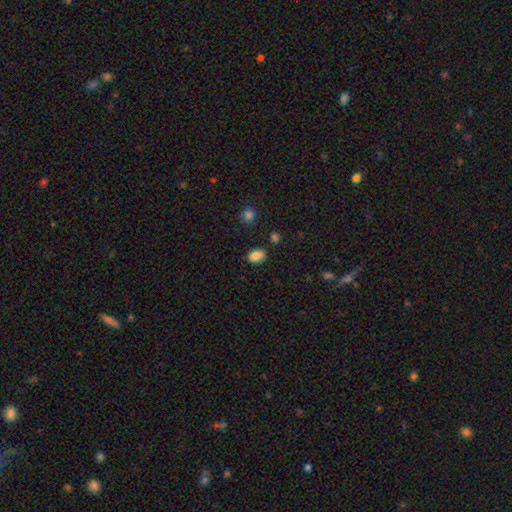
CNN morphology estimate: A smooth galaxy with no disk features (85%) that is in between round and cigar-shaped (83%). Merging: none (77%).